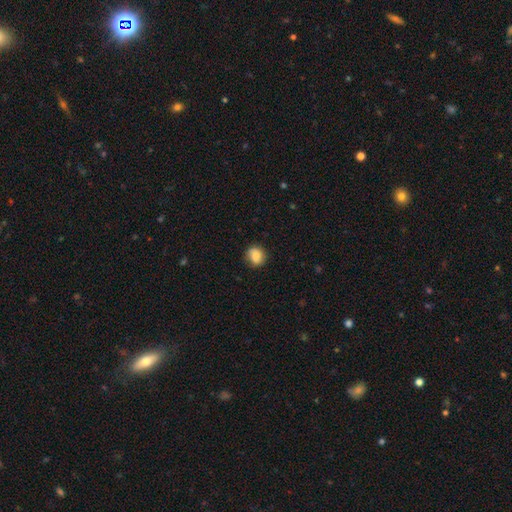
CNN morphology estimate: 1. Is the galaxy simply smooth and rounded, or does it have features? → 84% smooth, 8% star or artifact, 8% featured or disk.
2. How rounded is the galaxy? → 73% round, 27% in between, 1% cigar-shaped.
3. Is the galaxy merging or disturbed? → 78% none, 17% minor disturbance, 4% major disturbance, 1% merger.